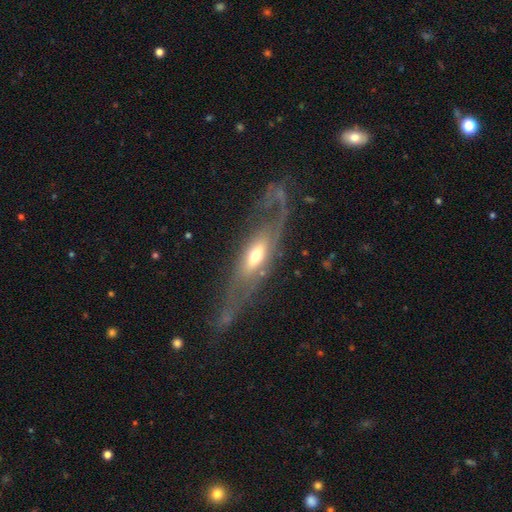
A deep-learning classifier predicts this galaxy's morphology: featured or disk 73%, smooth 22%, star or artifact 6%. Down the decision tree: edge-on disk — no (60%); merging — none (54%).